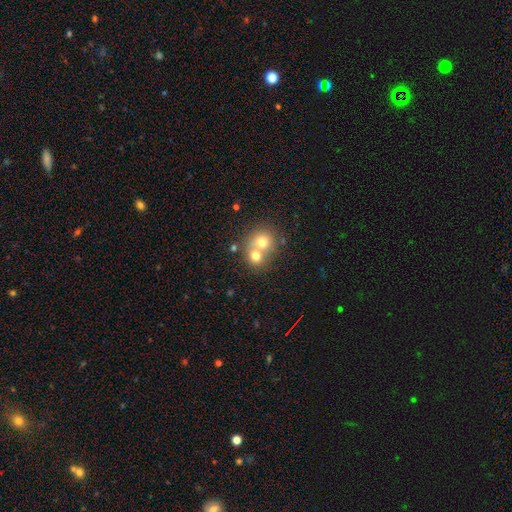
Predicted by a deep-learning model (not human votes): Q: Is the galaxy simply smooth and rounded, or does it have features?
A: smooth — 69%.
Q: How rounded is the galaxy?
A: round — 78%.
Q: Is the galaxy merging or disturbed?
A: merger — 61%.